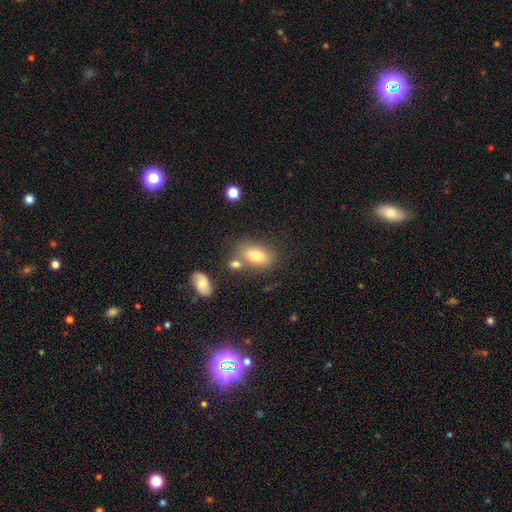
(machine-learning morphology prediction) This is likely a smooth galaxy (77%). How rounded: clearly in between (86%). Merging: likely none (61%).